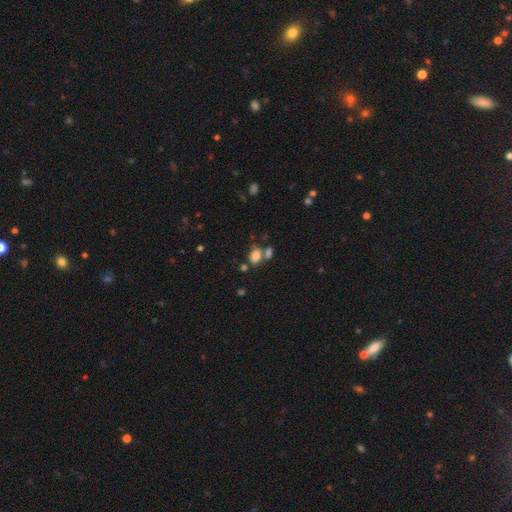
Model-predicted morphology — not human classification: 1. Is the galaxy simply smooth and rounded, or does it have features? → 79% smooth, 11% star or artifact, 9% featured or disk.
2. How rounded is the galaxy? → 78% in between, 20% round, 2% cigar-shaped.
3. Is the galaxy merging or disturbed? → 52% none, 29% merger, 14% minor disturbance, 5% major disturbance.